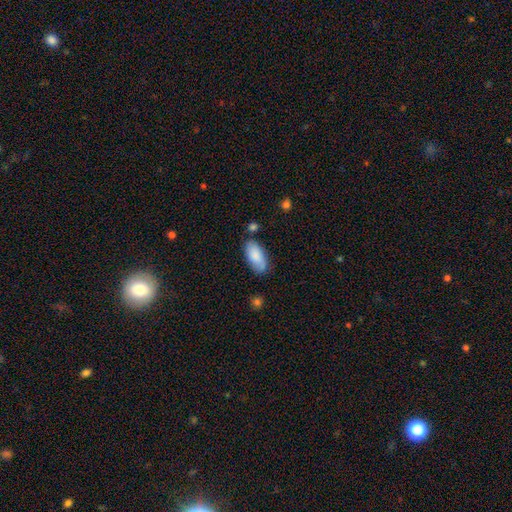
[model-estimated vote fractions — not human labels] Smooth or featured: smooth — 85% (featured or disk — 9%)
How rounded: in between — 91% (cigar-shaped — 7%)
Merging: none — 74% (minor disturbance — 17%)